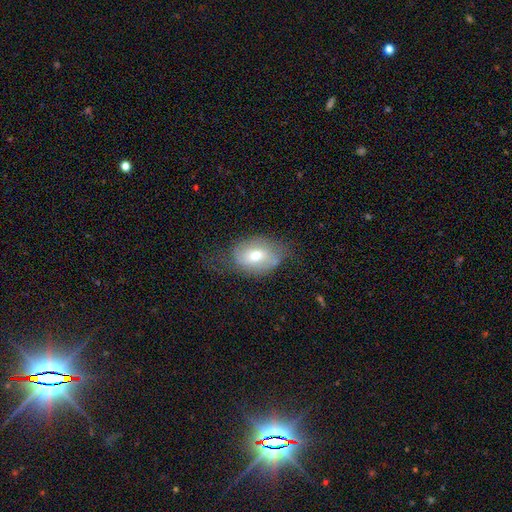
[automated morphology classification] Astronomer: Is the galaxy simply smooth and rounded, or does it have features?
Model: smooth — 57% (runner-up: featured or disk, 34%).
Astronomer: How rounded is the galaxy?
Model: in between — 79%.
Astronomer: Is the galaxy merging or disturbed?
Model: none — 50% (runner-up: minor disturbance, 30%).